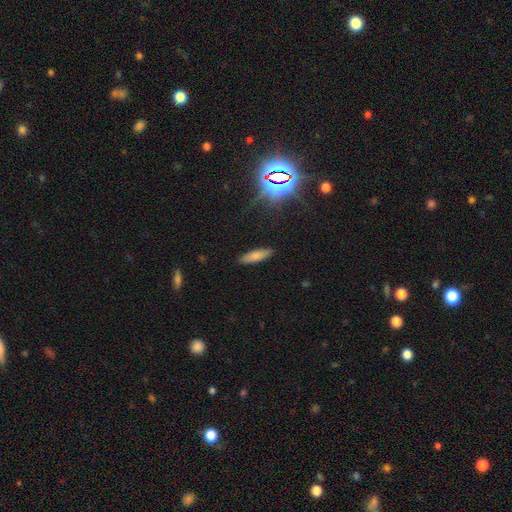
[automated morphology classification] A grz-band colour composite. It shows a smooth galaxy with no disk features (78%) that is cigar-shaped (54%). Merging: none (88%).